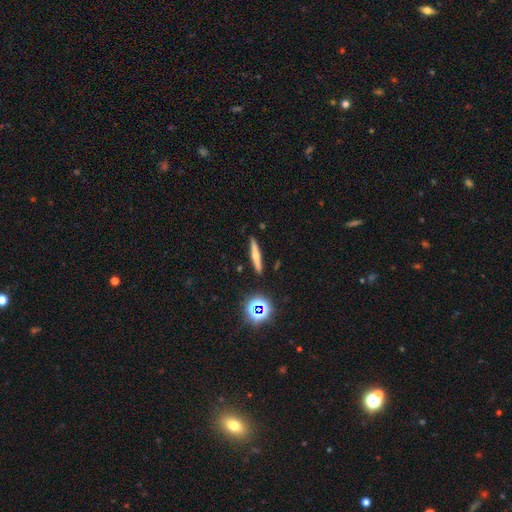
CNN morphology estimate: Overall: smooth (50%; featured or disk 38%). How rounded: cigar-shaped (90%). Merging: none (89%).